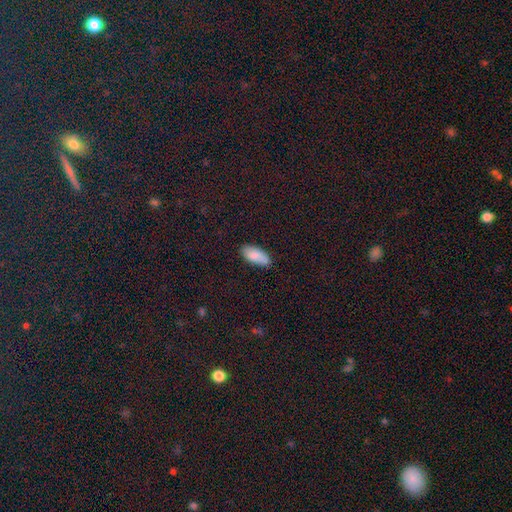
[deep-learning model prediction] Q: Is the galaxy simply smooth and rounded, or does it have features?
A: smooth — 83%.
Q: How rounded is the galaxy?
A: in between — 88%.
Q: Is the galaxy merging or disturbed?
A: none — 79%.